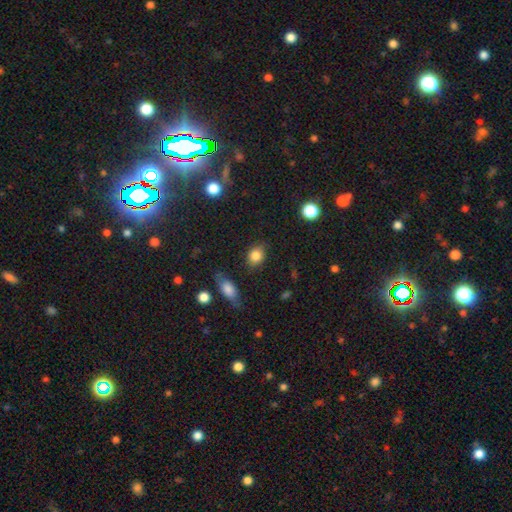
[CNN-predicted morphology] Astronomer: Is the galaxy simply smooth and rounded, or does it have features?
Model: smooth — 84%.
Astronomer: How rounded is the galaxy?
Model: in between — 56% (runner-up: round, 43%).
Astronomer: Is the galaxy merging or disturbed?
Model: none — 78%.